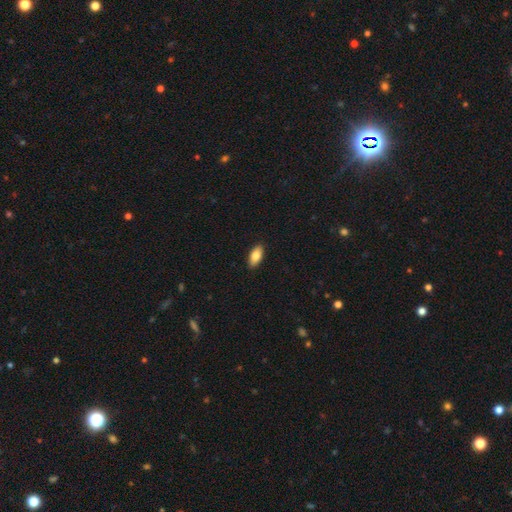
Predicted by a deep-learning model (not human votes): Smooth or featured? smooth (84%)
How rounded? in between (91%)
Merging? none (89%)